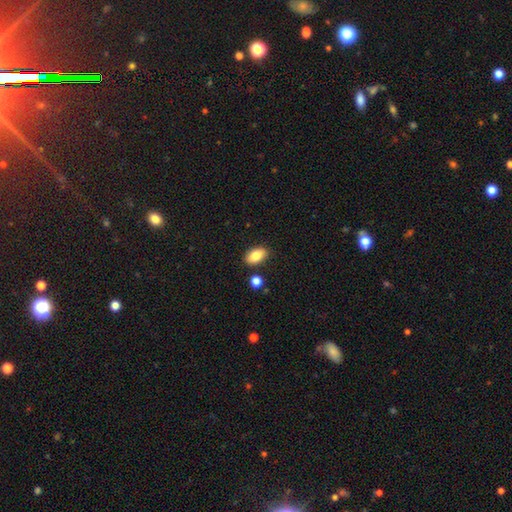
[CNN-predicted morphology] The model was most divided on "merging": none: 84%, minor disturbance: 9%, merger: 4%, major disturbance: 2%. More confident: how rounded — in between (91%); smooth or featured — smooth (84%).